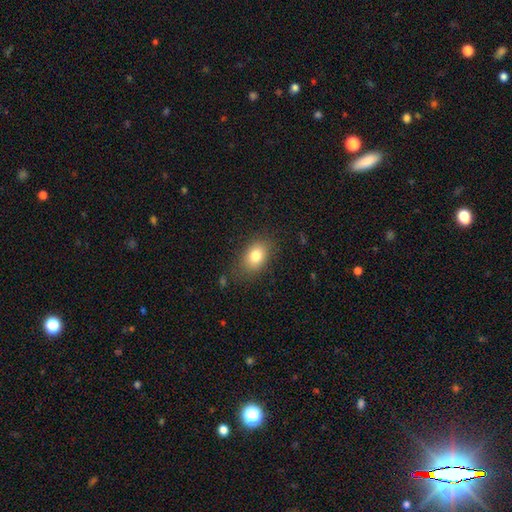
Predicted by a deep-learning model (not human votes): Smooth or featured?
  - smooth: 81% *
  - featured or disk: 10%
  - star or artifact: 9%
How rounded?
  - in between: 77% *
  - round: 22%
  - cigar-shaped: 1%
Merging?
  - none: 81% *
  - minor disturbance: 14%
  - major disturbance: 4%
  - merger: 1%